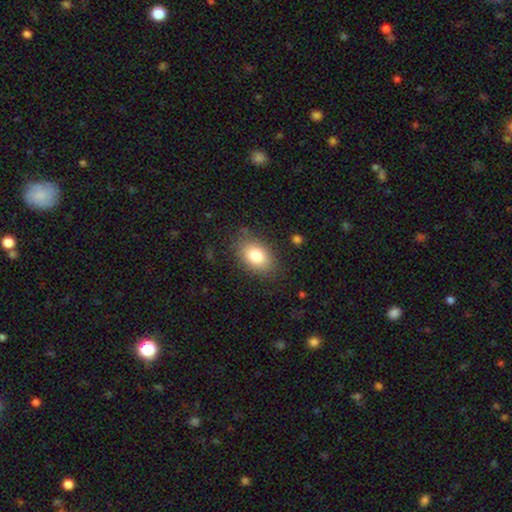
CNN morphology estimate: Q: Smooth or featured?
A: smooth (81%); runner-up: featured or disk (11%)
Q: How rounded?
A: in between (85%); runner-up: round (14%)
Q: Merging?
A: none (81%); runner-up: minor disturbance (13%)